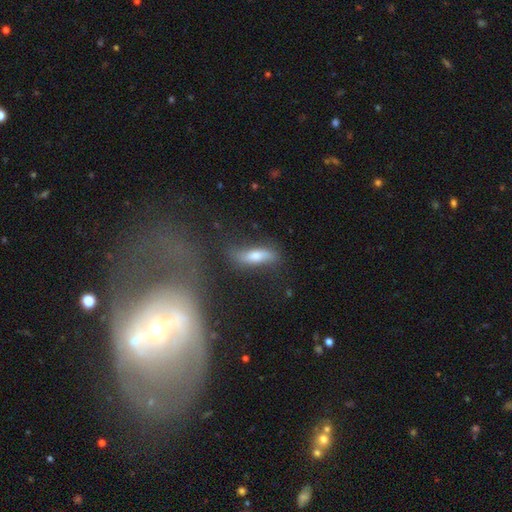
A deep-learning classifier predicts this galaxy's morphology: Smooth or featured? featured or disk (48%)
Merging? none (64%)